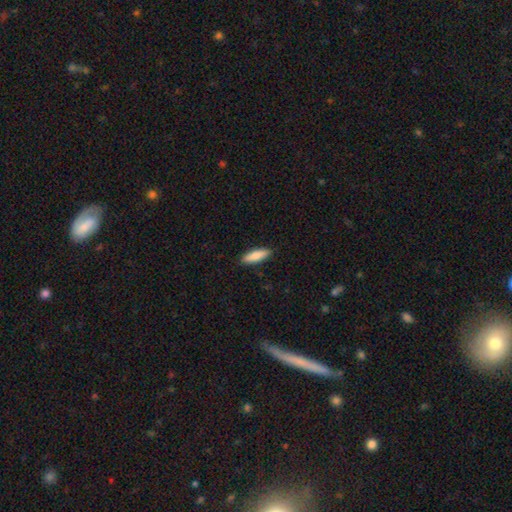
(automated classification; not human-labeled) This is clearly a smooth galaxy (84%). How rounded: possibly cigar-shaped (54%). Merging: clearly none (90%).